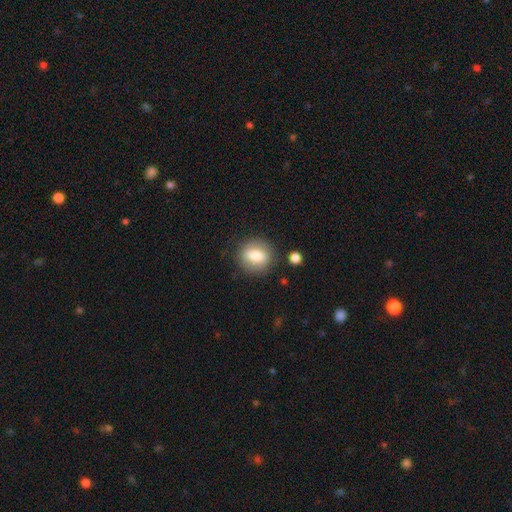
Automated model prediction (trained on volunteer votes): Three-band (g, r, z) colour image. It shows a smooth galaxy with no disk features (71%) that is round (72%). Merging: none (84%).